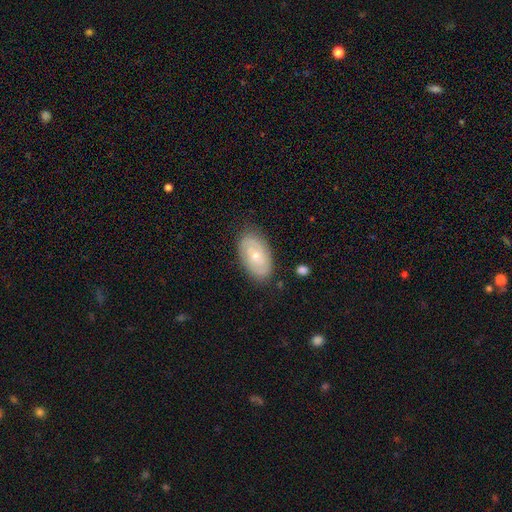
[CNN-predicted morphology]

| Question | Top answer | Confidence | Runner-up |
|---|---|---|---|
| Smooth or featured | featured or disk | 59% | smooth (35%) |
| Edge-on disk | no | 93% | yes (7%) |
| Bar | no | 72% | weak (23%) |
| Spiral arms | yes | 69% | no (31%) |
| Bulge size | small | 57% | moderate (40%) |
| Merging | none | 82% | minor disturbance (14%) |